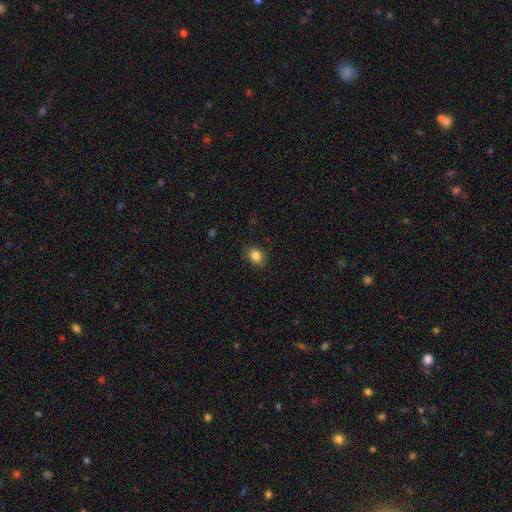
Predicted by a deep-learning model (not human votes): Smooth or featured? Predicted: smooth (p=0.85). How rounded? Predicted: in between (p=0.70). Merging? Predicted: none (p=0.87).